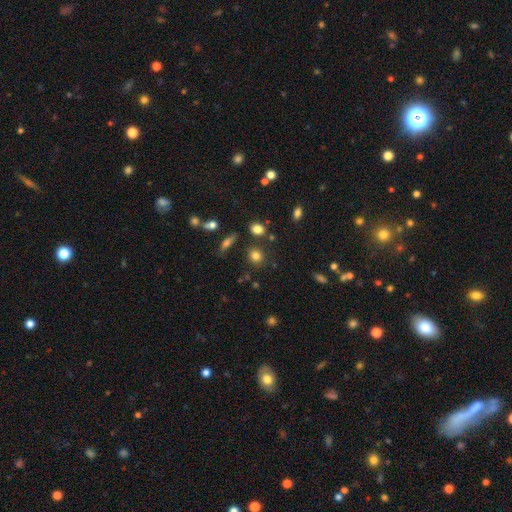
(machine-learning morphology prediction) smooth 79%, star or artifact 13%, featured or disk 8%. Down the decision tree: how rounded — round (80%); merging — none (81%).